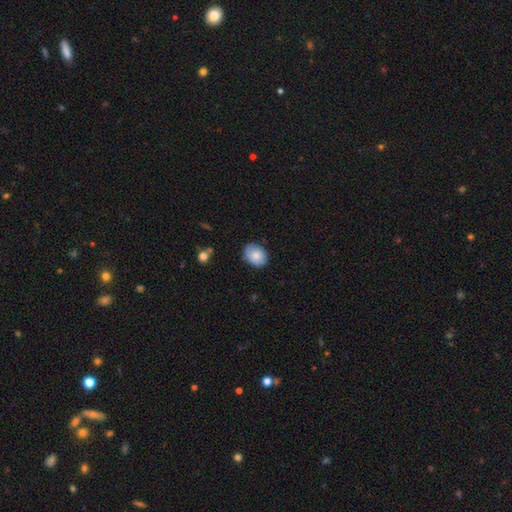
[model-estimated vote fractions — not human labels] Q: Smooth or featured?
A: smooth (80%); runner-up: featured or disk (13%)
Q: How rounded?
A: in between (64%); runner-up: round (36%)
Q: Merging?
A: none (79%); runner-up: minor disturbance (17%)